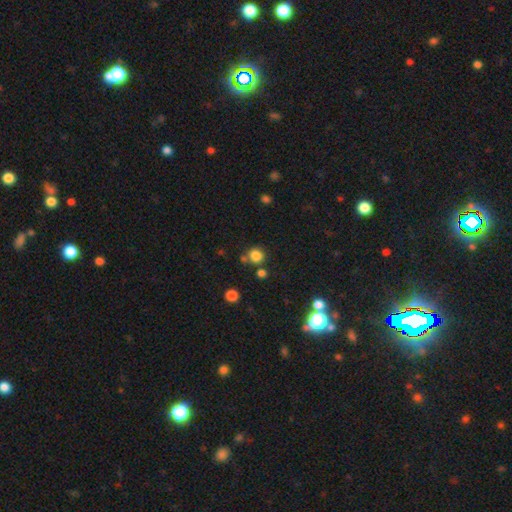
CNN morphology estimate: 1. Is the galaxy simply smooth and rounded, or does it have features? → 81% smooth, 14% star or artifact, 5% featured or disk.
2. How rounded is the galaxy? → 89% round, 10% in between, 1% cigar-shaped.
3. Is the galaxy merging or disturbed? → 75% none, 12% merger, 10% minor disturbance, 4% major disturbance.